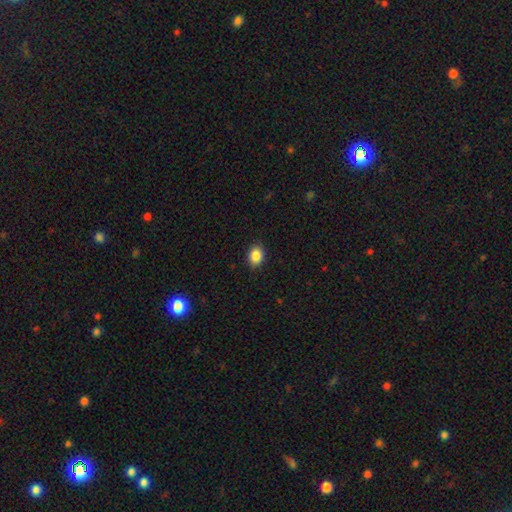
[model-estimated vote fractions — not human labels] A smooth galaxy with no disk features (87%) that is in between round and cigar-shaped (59%). Merging: none (86%).